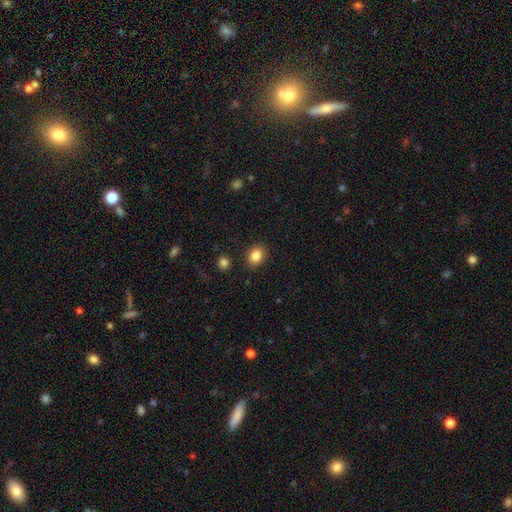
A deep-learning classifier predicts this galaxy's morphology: Smooth or featured? smooth (85%)
How rounded? in between (50%)
Merging? none (88%)